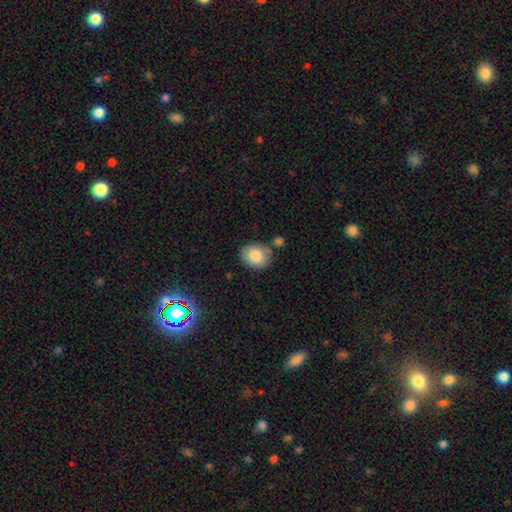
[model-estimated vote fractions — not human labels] The model was most divided on "how rounded": in between: 53%, round: 46%, cigar-shaped: 1%. More confident: smooth or featured — smooth (84%); merging — none (73%).